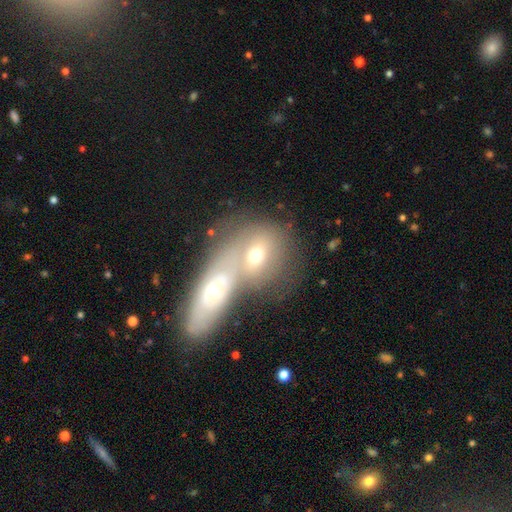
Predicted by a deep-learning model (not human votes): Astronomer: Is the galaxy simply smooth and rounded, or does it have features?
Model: smooth — 56% (runner-up: featured or disk, 34%).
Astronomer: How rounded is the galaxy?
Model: in between — 49% (runner-up: round, 45%).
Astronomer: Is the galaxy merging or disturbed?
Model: merger — 64%.